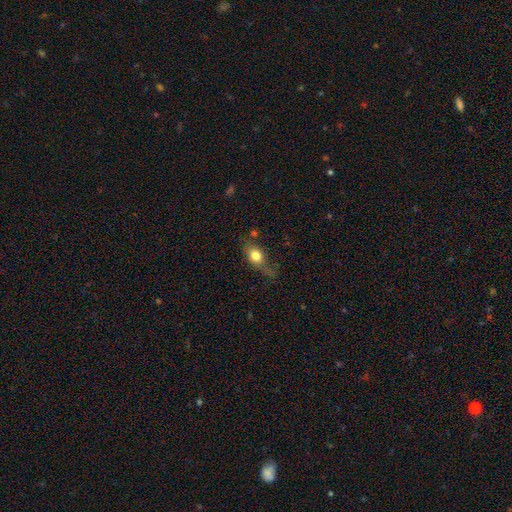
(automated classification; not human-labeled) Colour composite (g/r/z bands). It shows a smooth galaxy with no disk features (74%) that is in between round and cigar-shaped (65%). Merging: none (51%).